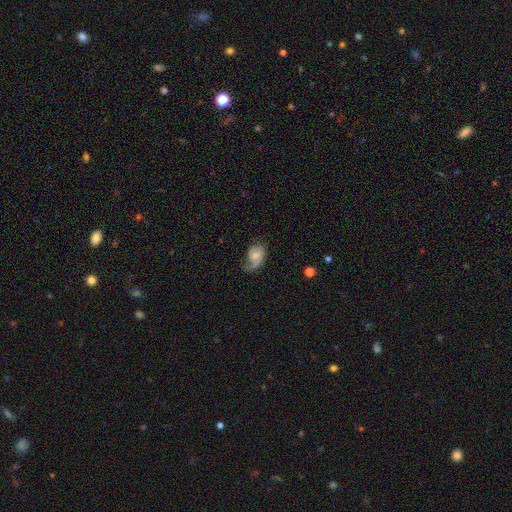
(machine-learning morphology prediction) type=featured or disk (64%); edge-on=no (97%); bar=no (62%); spiral arms=yes (88%); winding=loose (39%); arm count=1 (55%); bulge=small (56%); merging=none (41%).